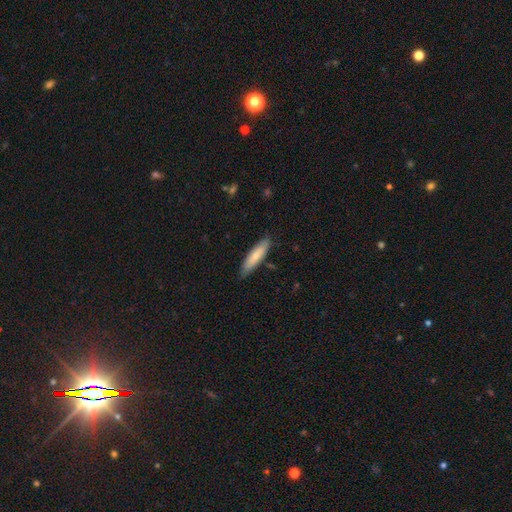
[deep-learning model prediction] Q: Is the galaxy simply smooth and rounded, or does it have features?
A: smooth — 74%.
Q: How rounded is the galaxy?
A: cigar-shaped — 72%.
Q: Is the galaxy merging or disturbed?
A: none — 83%.